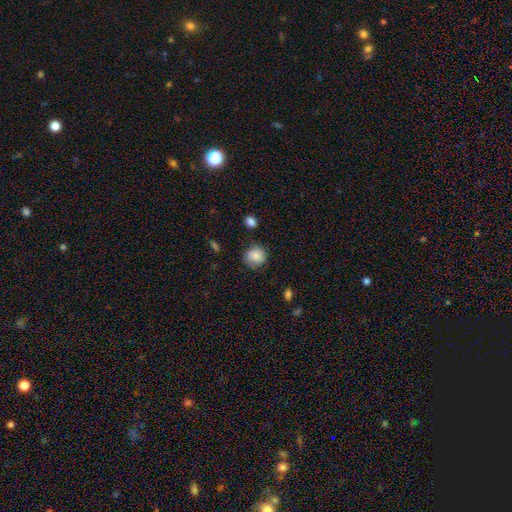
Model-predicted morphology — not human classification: Q: Smooth or featured?
A: smooth (80%); runner-up: featured or disk (12%)
Q: How rounded?
A: round (85%); runner-up: in between (14%)
Q: Merging?
A: none (78%); runner-up: minor disturbance (15%)